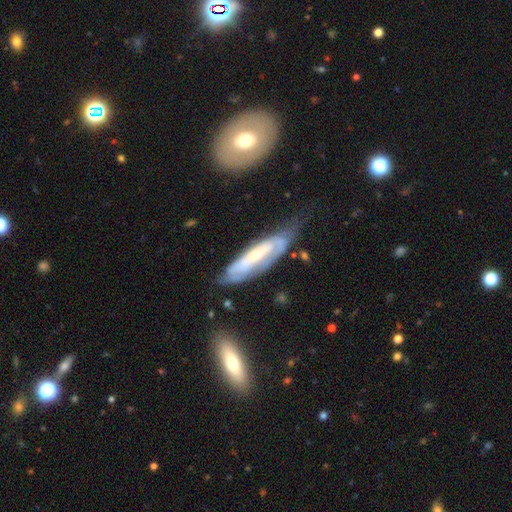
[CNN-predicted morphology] Smooth or featured?
  - featured or disk: 67% *
  - smooth: 26%
  - star or artifact: 7%
Edge-on disk?
  - no: 70% *
  - yes: 30%
Merging?
  - none: 51% *
  - minor disturbance: 31%
  - major disturbance: 14%
  - merger: 4%